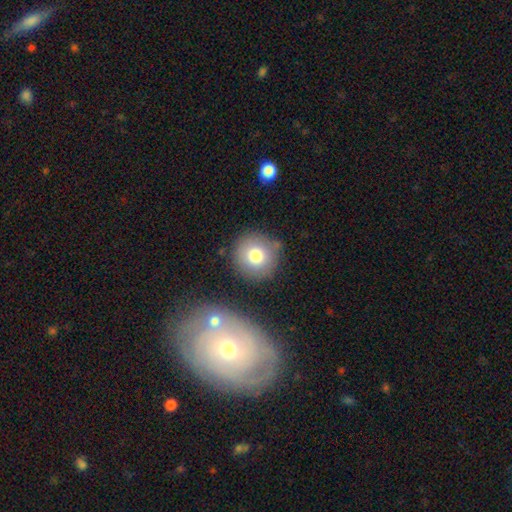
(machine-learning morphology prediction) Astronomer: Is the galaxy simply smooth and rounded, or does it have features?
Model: smooth — 78%.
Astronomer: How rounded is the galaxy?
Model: round — 93%.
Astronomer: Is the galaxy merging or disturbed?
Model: none — 80%.